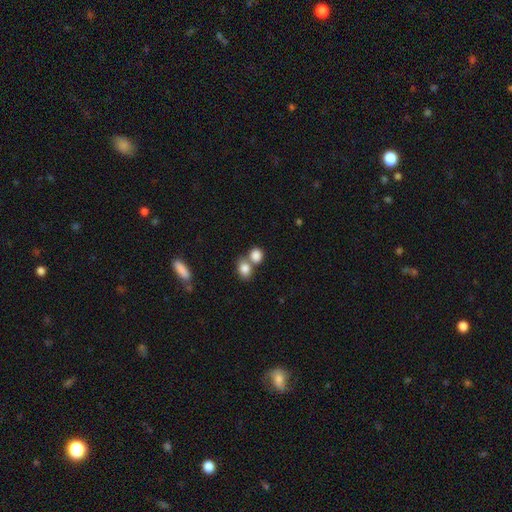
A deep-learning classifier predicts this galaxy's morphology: This is clearly a smooth galaxy (84%). How rounded: likely round (60%). Merging: possibly merger (49%).